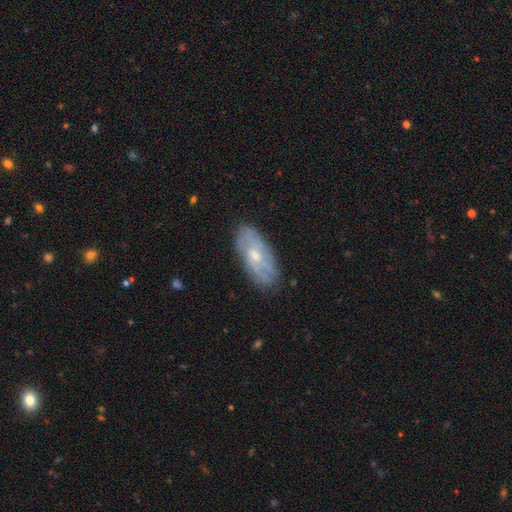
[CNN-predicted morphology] Overall: featured or disk (59%; smooth 35%). Edge-on disk: no (87%). Bar: no (68%). Spiral arms: yes (66%; no 34%). Bulge size: moderate (54%; small 41%). Merging: none (77%).